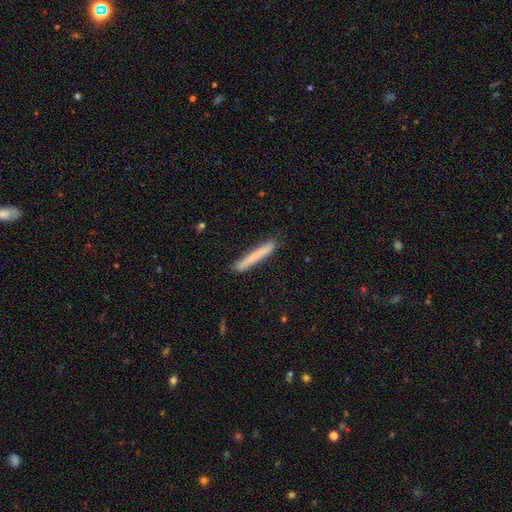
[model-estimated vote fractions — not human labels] Smooth or featured?
  - smooth: 73% *
  - featured or disk: 22%
  - star or artifact: 6%
How rounded?
  - cigar-shaped: 97% *
  - in between: 2%
  - round: 1%
Merging?
  - none: 88% *
  - minor disturbance: 9%
  - major disturbance: 2%
  - merger: 1%